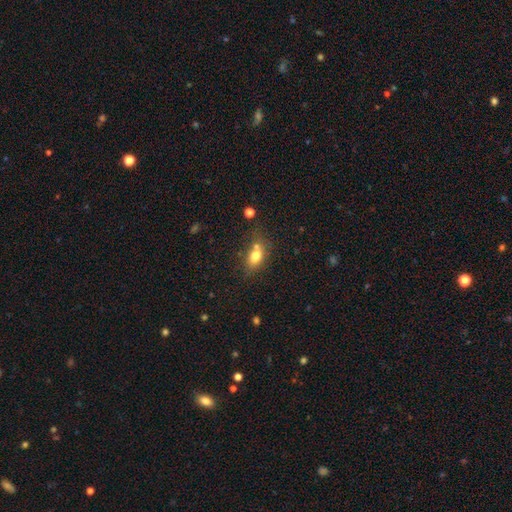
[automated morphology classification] This is likely a smooth galaxy (74%). How rounded: likely in between (76%). Merging: possibly none (53%).